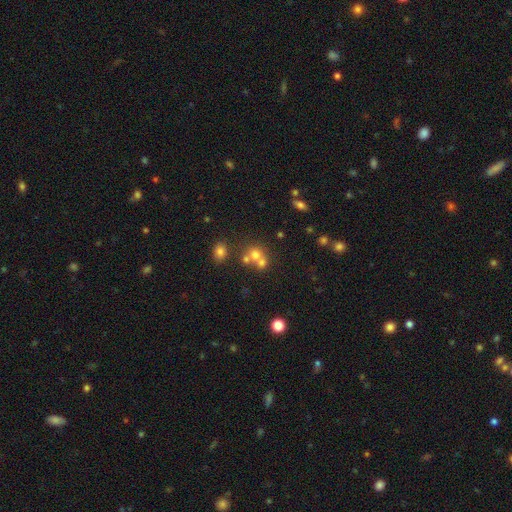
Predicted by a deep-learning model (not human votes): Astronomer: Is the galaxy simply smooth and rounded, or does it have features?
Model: smooth — 64%.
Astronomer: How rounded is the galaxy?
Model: round — 79%.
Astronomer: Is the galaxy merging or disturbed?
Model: merger — 51% (runner-up: none, 38%).